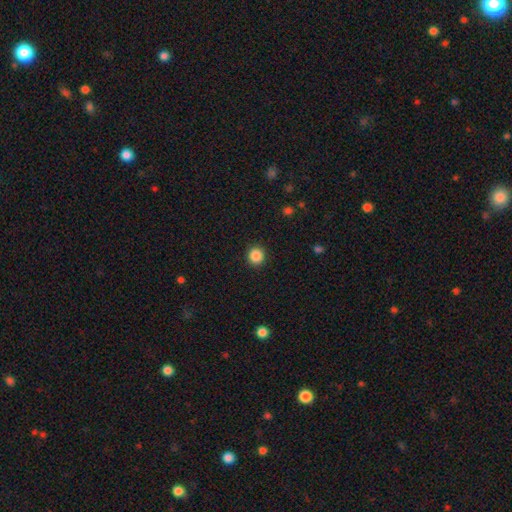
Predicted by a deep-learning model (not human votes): Smooth or featured?
  - smooth: 87% *
  - star or artifact: 10%
  - featured or disk: 3%
How rounded?
  - round: 93% *
  - in between: 6%
  - cigar-shaped: 1%
Merging?
  - none: 92% *
  - minor disturbance: 5%
  - major disturbance: 2%
  - merger: 1%